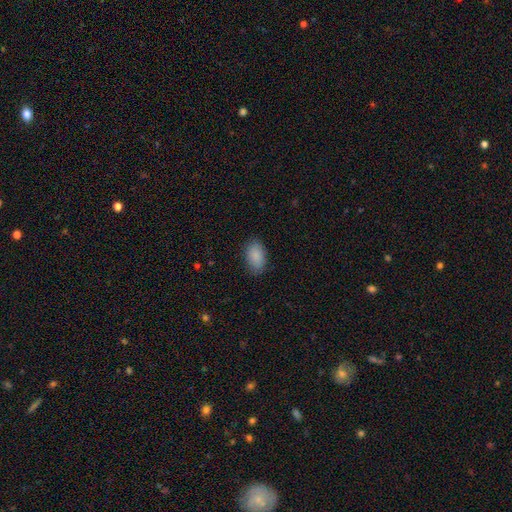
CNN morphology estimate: Smooth or featured? Predicted: smooth (p=0.89). How rounded? Predicted: in between (p=0.93). Merging? Predicted: none (p=0.84).